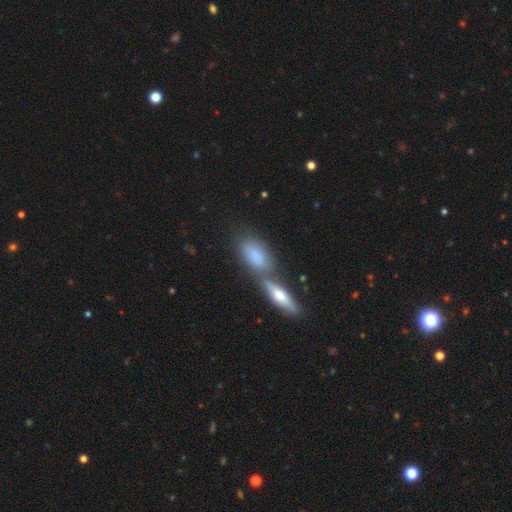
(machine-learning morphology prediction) smooth 77%, featured or disk 16%, star or artifact 7%. Down the decision tree: how rounded — in between (84%); merging — none (42%).